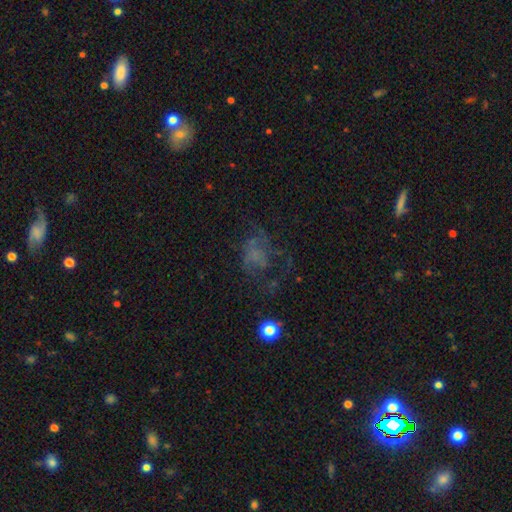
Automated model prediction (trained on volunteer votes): This is marginally a featured or disk galaxy (44%). Merging: marginally major disturbance (40%).